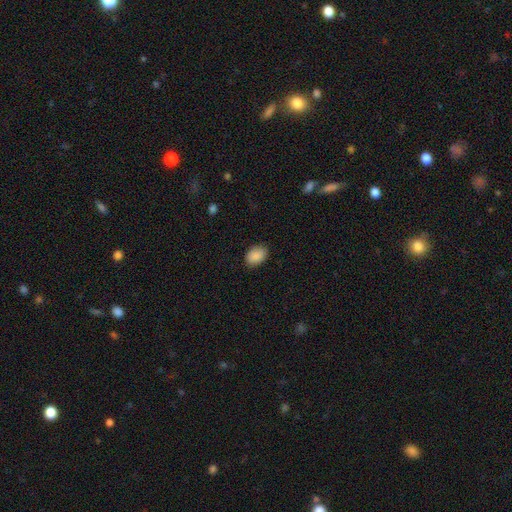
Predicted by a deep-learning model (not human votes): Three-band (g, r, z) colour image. It shows a smooth galaxy with no disk features (89%) that is in between round and cigar-shaped (82%). Merging: none (82%).